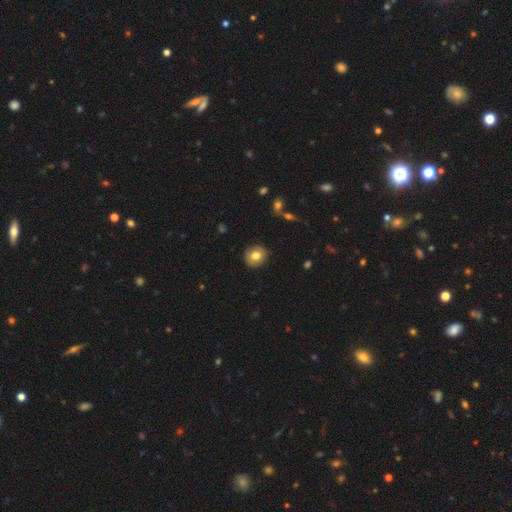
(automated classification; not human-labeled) Smooth or featured? Predicted: smooth (p=0.77). How rounded? Predicted: round (p=0.76). Merging? Predicted: none (p=0.89).